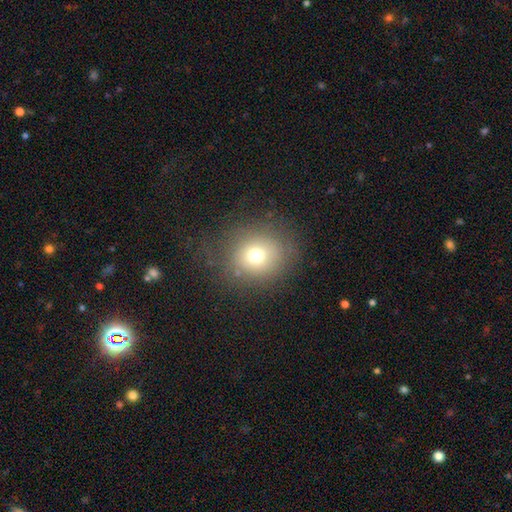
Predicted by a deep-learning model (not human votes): A smooth galaxy with no disk features (71%) that is round (83%).

Vote fractions:
- Smooth or featured? smooth: 71% / star or artifact: 16% / featured or disk: 13%
- How rounded? round: 83% / in between: 16% / cigar-shaped: 1%
- Merging? none: 77% / minor disturbance: 13% / major disturbance: 8% / merger: 1%